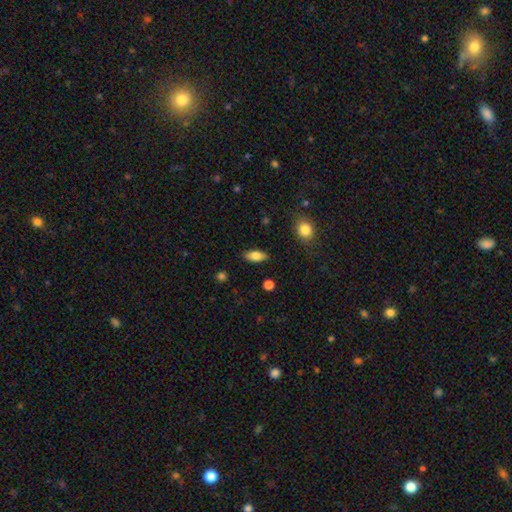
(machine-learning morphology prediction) The model was most divided on "smooth or featured": smooth: 81%, featured or disk: 12%, star or artifact: 7%. More confident: how rounded — in between (88%); merging — none (86%).